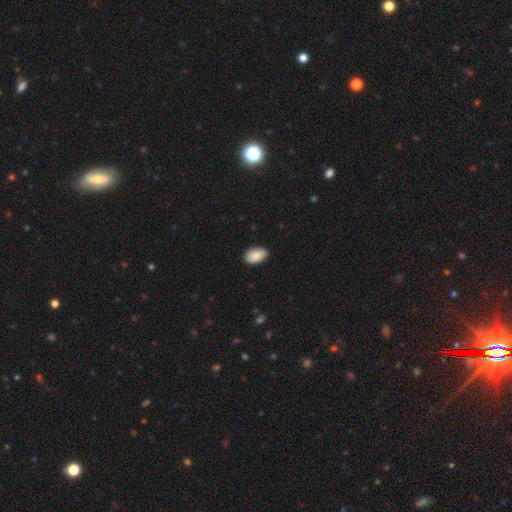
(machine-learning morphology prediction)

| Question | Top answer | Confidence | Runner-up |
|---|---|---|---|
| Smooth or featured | smooth | 89% | star or artifact (6%) |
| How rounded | in between | 93% | round (6%) |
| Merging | none | 85% | minor disturbance (12%) |